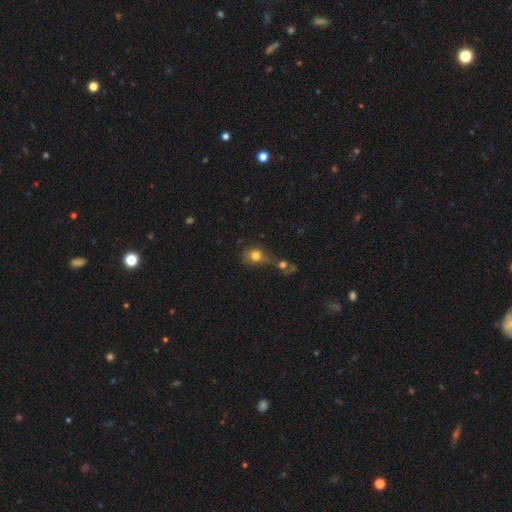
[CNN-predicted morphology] A smooth galaxy with no disk features (77%) that is round (68%). Merging: merger (50%).